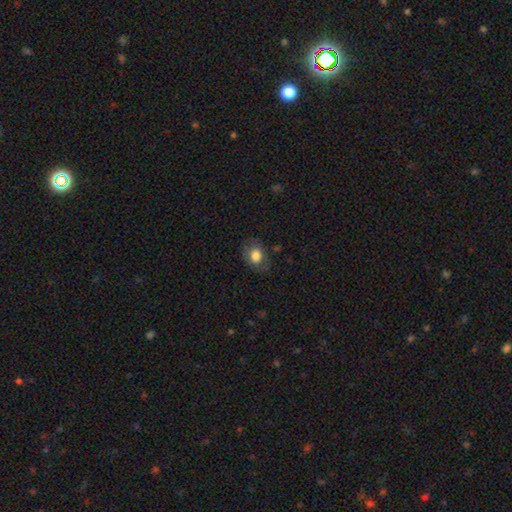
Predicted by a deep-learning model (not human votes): A smooth galaxy with no disk features (77%) that is in between round and cigar-shaped (60%). Merging: none (73%).